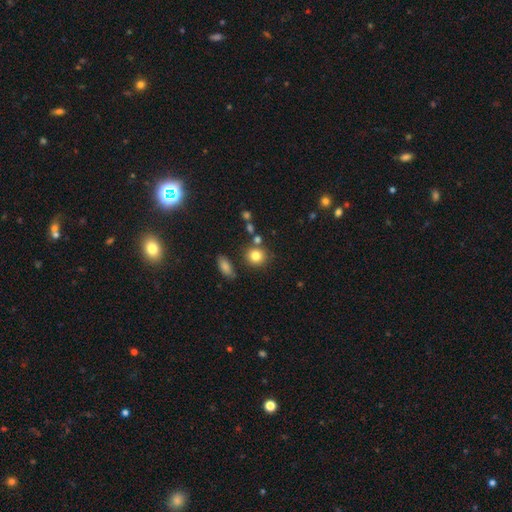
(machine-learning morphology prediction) This appears to be a smooth galaxy with no disk features (81%) that is round (81%). Merging: none (74%).